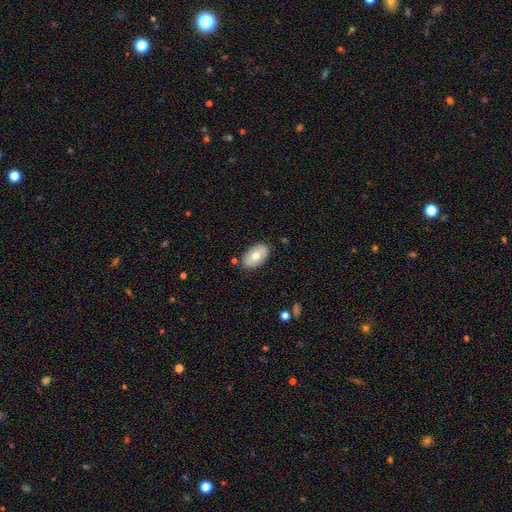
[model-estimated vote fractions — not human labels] smooth-or-featured: smooth: 65% | featured or disk: 28% | star or artifact: 6%
  how-rounded: in between: 94% | round: 5% | cigar-shaped: 2%
  merging: none: 84% | minor disturbance: 11% | merger: 2% | major disturbance: 2%